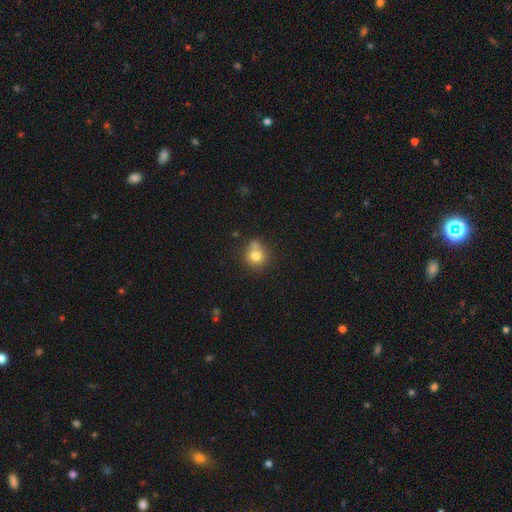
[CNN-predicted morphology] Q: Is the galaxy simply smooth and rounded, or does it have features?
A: smooth — 77%.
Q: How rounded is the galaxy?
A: round — 83%.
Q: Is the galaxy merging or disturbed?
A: none — 55%.